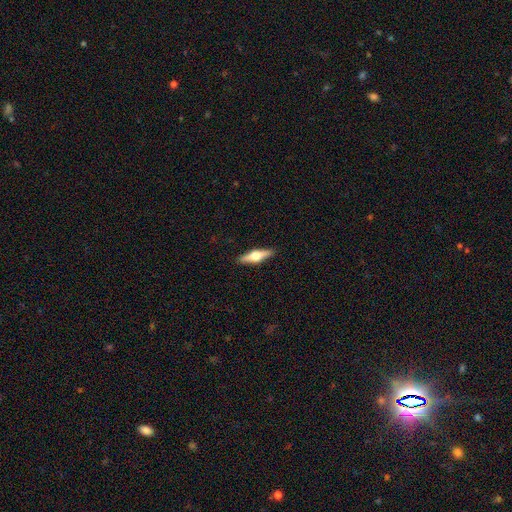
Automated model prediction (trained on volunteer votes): A featured or disk galaxy (60%) viewed edge-on (96%) with a rounded central bulge (94%). Merging: none (91%).